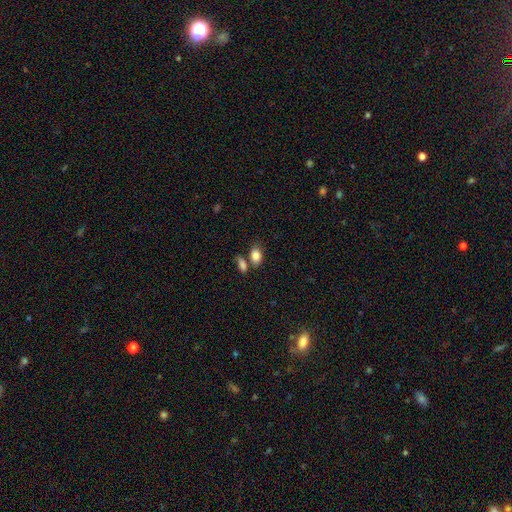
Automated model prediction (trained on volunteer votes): This appears to be a smooth galaxy with no disk features (85%) that is in between round and cigar-shaped (86%). Merging: none (57%).